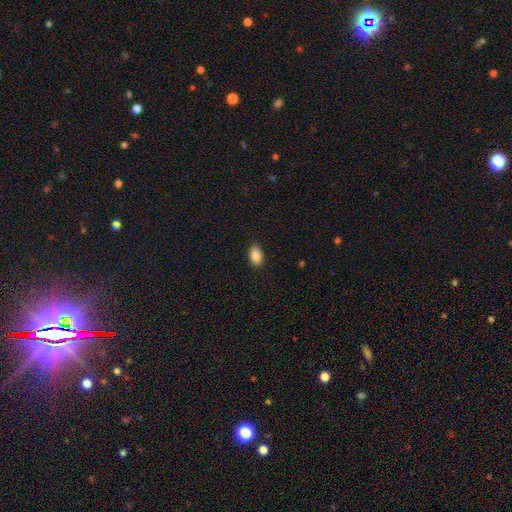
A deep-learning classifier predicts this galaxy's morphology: A smooth galaxy with no disk features (87%) that is in between round and cigar-shaped (91%).

Vote fractions:
- Smooth or featured? smooth: 87% / star or artifact: 8% / featured or disk: 5%
- How rounded? in between: 91% / round: 7% / cigar-shaped: 2%
- Merging? none: 88% / minor disturbance: 9% / major disturbance: 2% / merger: 1%